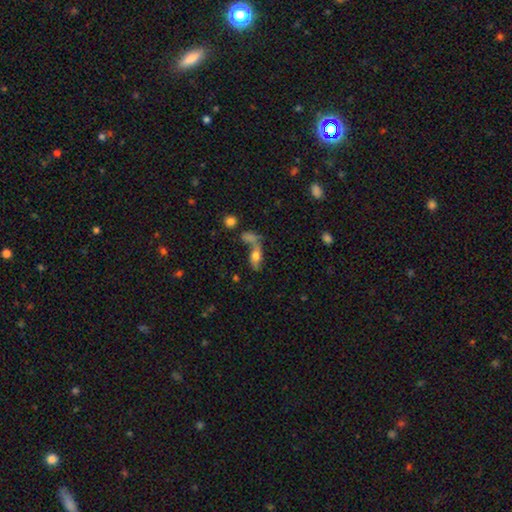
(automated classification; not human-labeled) Smooth or featured?
  - smooth: 59% *
  - featured or disk: 30%
  - star or artifact: 12%
How rounded?
  - in between: 76% *
  - cigar-shaped: 16%
  - round: 8%
Merging?
  - merger: 45% *
  - none: 32%
  - minor disturbance: 12%
  - major disturbance: 11%